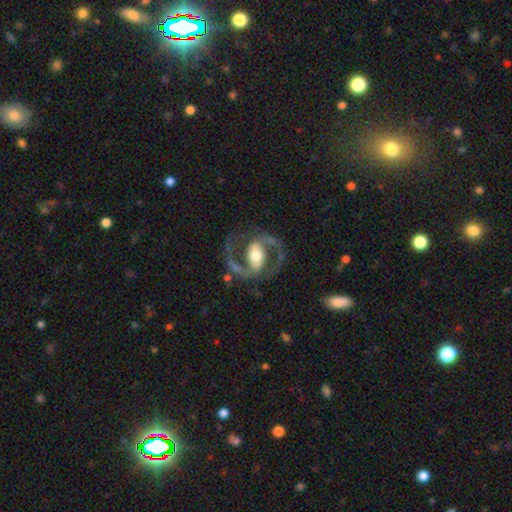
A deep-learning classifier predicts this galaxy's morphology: This is clearly a featured or disk galaxy (89%). It is clearly not viewed edge-on (97%). Bar: possibly strong (46%). Spiral arm pattern: clearly yes (93%). Spiral arm count: clearly 2 (93%). Spiral winding: likely medium (62%). Central bulge: likely moderate (63%). Merging: likely none (75%).